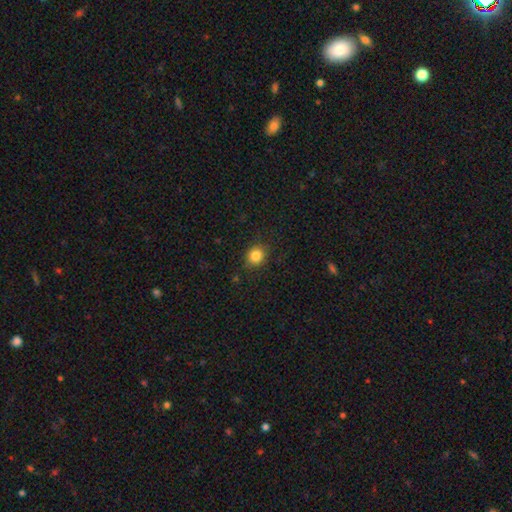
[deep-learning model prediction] Q: Smooth or featured?
A: smooth (84%); runner-up: star or artifact (11%)
Q: How rounded?
A: round (81%); runner-up: in between (18%)
Q: Merging?
A: none (86%); runner-up: minor disturbance (10%)